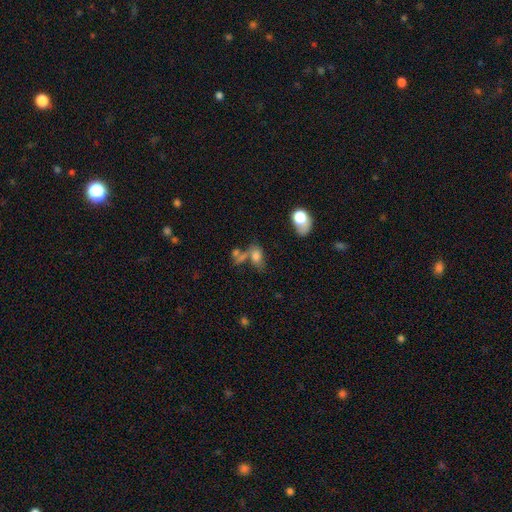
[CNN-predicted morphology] Smooth or featured? smooth (72%)
How rounded? in between (81%)
Merging? none (35%, tied with merger)